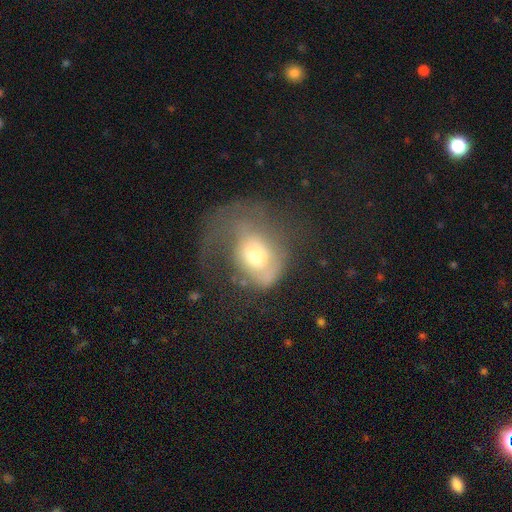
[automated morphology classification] Smooth or featured? featured or disk (46%)
Merging? major disturbance (57%)